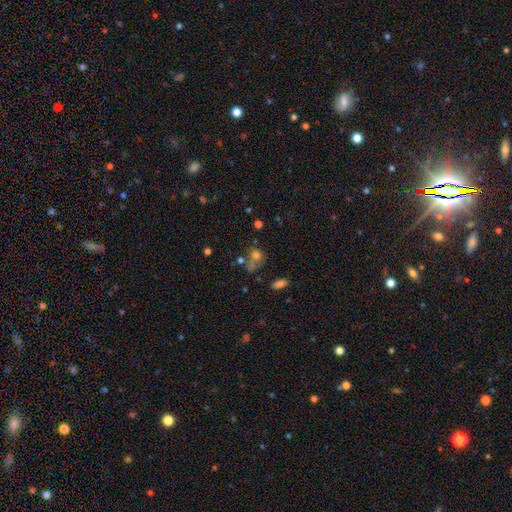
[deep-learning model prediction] Overall: smooth (66%). How rounded: round (59%; in between 39%). Merging: none (42%; merger 24%).